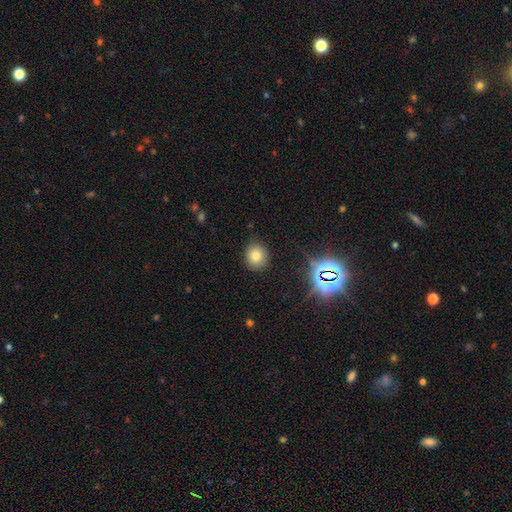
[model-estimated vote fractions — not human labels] This appears to be a smooth galaxy with no disk features (76%) that is round (79%). Merging: none (87%).